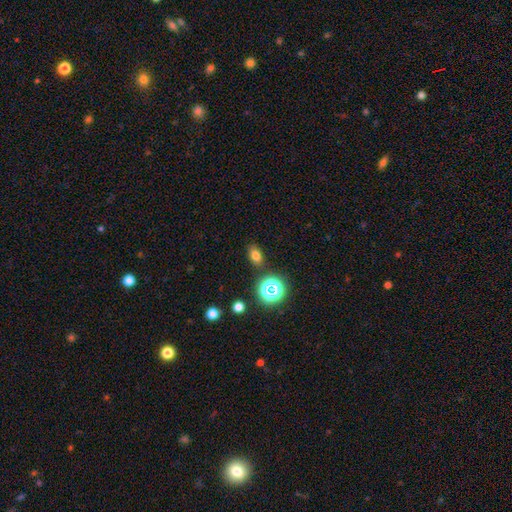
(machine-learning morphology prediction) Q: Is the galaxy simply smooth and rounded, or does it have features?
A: smooth — 72%.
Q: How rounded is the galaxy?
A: in between — 75%.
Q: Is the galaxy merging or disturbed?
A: none — 84%.